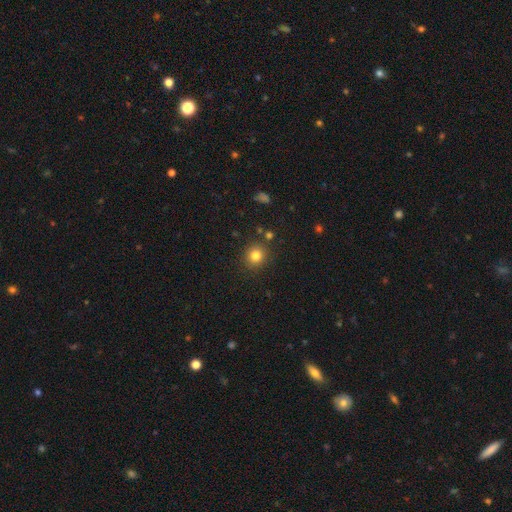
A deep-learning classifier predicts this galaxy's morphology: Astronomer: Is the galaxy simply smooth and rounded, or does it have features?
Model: smooth — 81%.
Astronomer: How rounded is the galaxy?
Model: round — 87%.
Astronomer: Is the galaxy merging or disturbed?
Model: none — 85%.